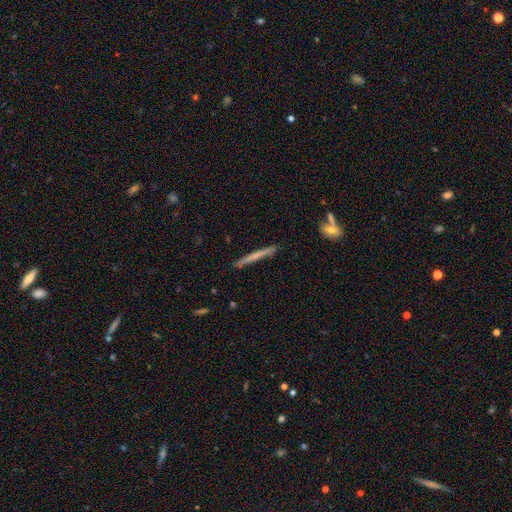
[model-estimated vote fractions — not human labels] A smooth galaxy with no disk features (52%) that is cigar-shaped (96%). Merging: none (89%).